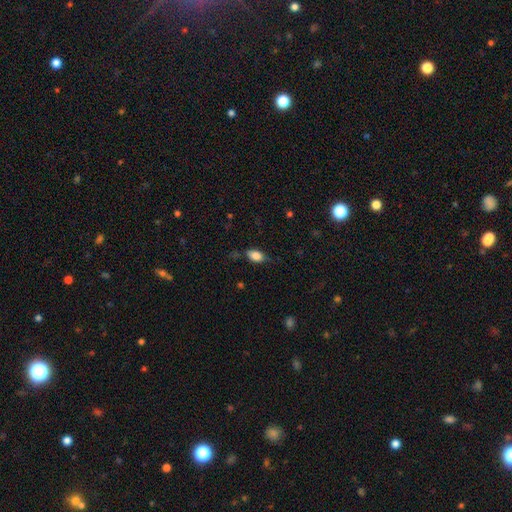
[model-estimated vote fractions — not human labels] Smooth or featured? Predicted: smooth (p=0.81). How rounded? Predicted: in between (p=0.87). Merging? Predicted: none (p=0.68).